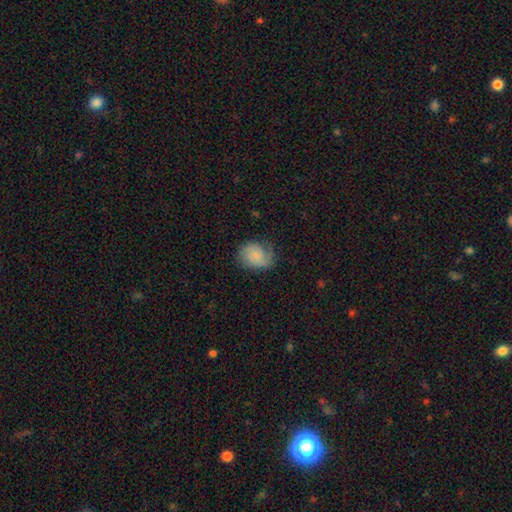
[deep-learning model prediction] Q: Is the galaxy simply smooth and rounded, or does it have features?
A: smooth — 54%.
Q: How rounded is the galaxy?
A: round — 51%.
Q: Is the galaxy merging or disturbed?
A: none — 61%.